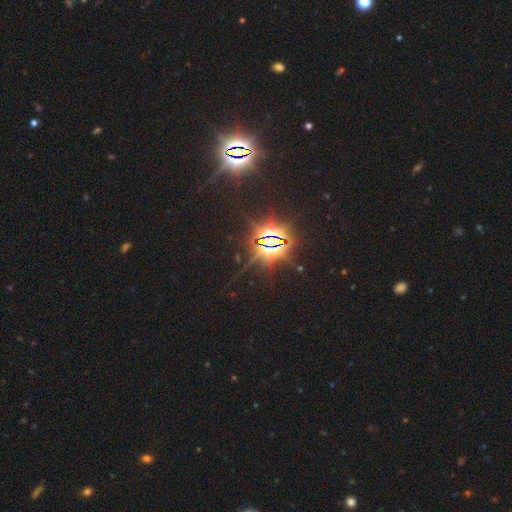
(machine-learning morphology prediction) A star or artifact, not a galaxy (87%).

Vote fractions:
- Smooth or featured? star or artifact: 87% / featured or disk: 7% / smooth: 6%